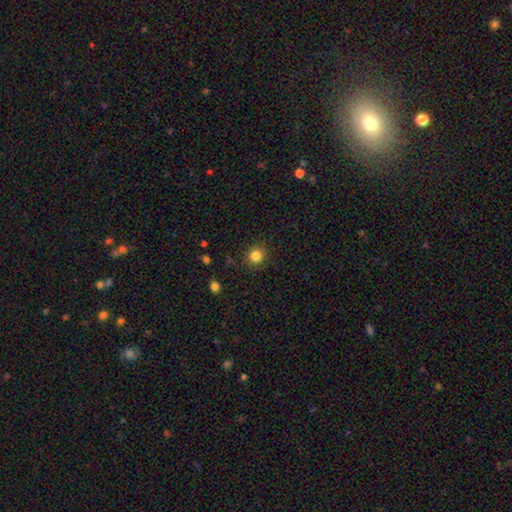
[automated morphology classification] smooth-or-featured: smooth: 84% | star or artifact: 12% | featured or disk: 4%
  how-rounded: round: 92% | in between: 7% | cigar-shaped: 1%
  merging: none: 89% | minor disturbance: 7% | major disturbance: 2% | merger: 1%